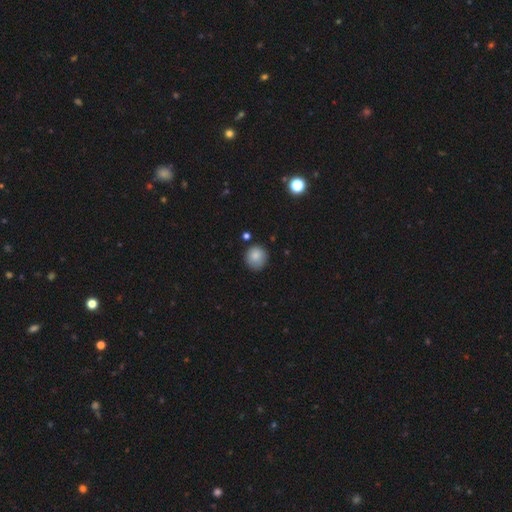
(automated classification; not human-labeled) Smooth or featured: smooth — 86% (star or artifact — 9%)
How rounded: round — 89% (in between — 10%)
Merging: none — 80% (minor disturbance — 14%)